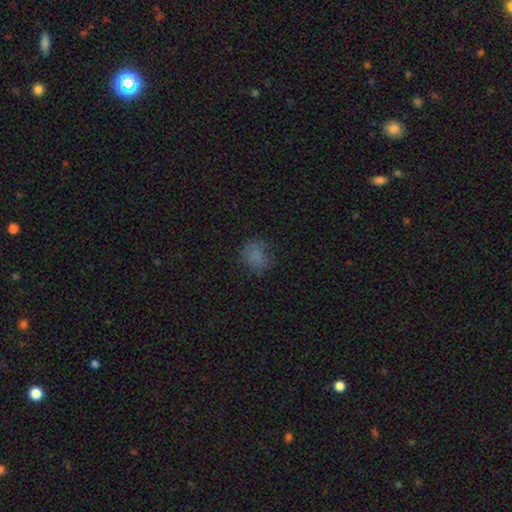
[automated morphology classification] type=smooth (74%); roundness=round (69%); merging=none (70%).